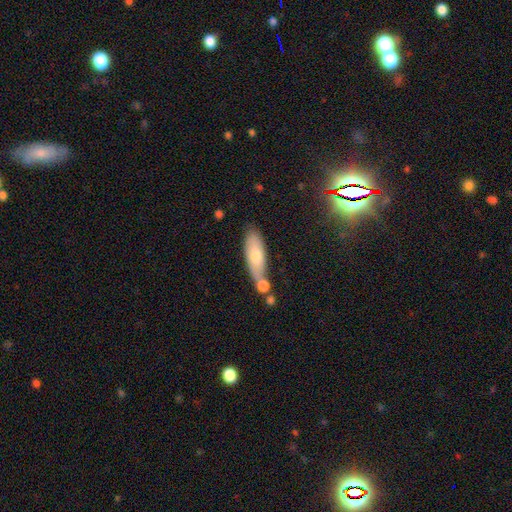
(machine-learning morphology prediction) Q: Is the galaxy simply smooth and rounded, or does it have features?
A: smooth — 61%.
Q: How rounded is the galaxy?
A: in between — 59%.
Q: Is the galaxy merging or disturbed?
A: none — 60%.